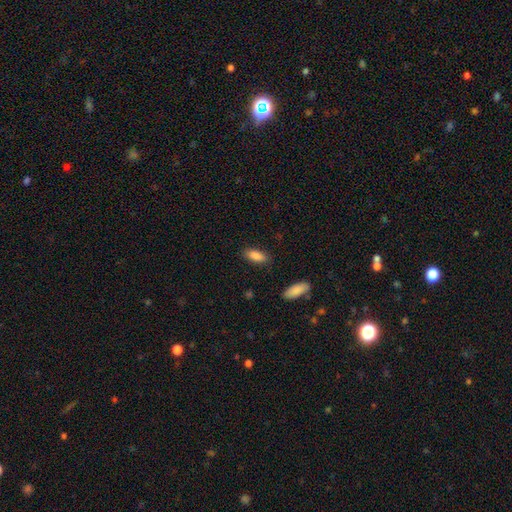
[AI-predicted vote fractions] This appears to be a smooth galaxy with no disk features (87%) that is in between round and cigar-shaped (82%). Merging: none (86%).